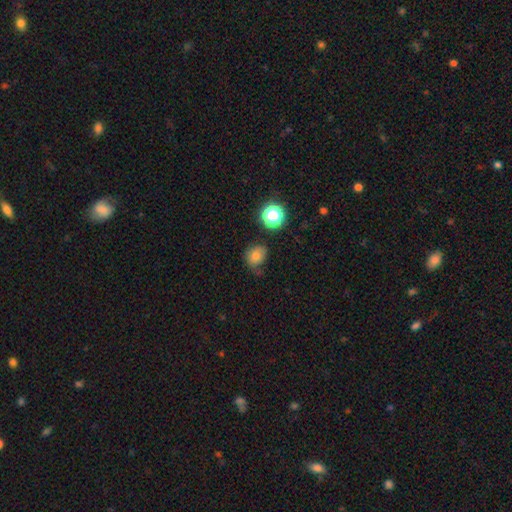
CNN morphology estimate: smooth_or_featured: smooth (p=0.76) [alt: star or artifact p=0.15]
how_rounded: round (p=0.64) [alt: in between p=0.35]
merging: none (p=0.56) [alt: minor disturbance p=0.29]